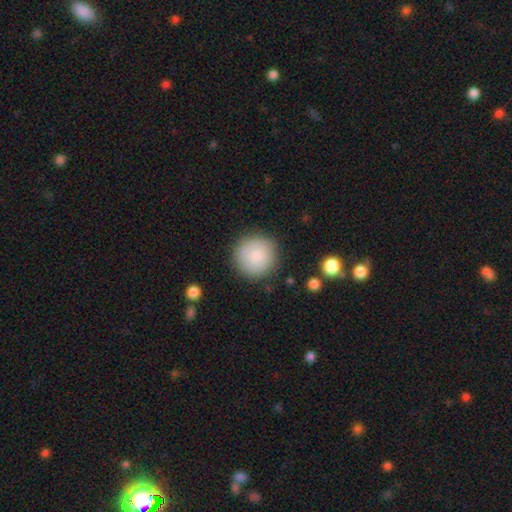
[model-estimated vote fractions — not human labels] The model was most divided on "smooth or featured": smooth: 84%, featured or disk: 9%, star or artifact: 7%. More confident: how rounded — round (95%); merging — none (86%).